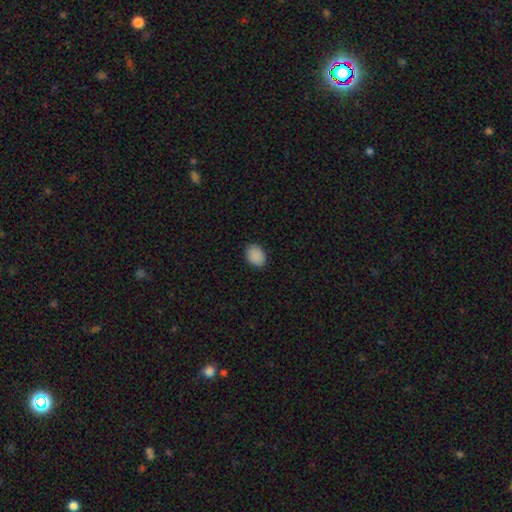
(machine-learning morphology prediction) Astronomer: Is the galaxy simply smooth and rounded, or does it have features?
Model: smooth — 89%.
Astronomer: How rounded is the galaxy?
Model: in between — 72%.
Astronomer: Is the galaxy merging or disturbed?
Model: none — 88%.